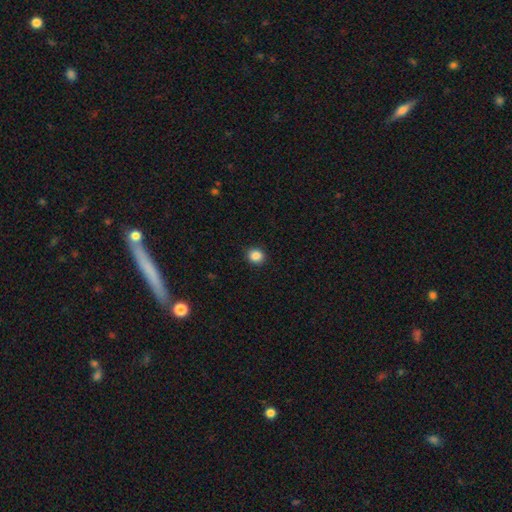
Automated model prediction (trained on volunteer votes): The model was most divided on "how rounded": round: 85%, in between: 14%, cigar-shaped: 1%. More confident: merging — none (91%); smooth or featured — smooth (87%).